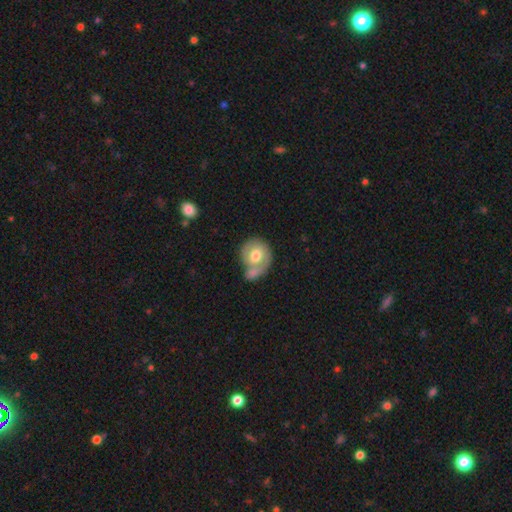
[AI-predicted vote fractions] The model was most divided on "merging": merger: 42%, none: 34%, minor disturbance: 15%, major disturbance: 8%. More confident: how rounded — round (78%); smooth or featured — smooth (61%).